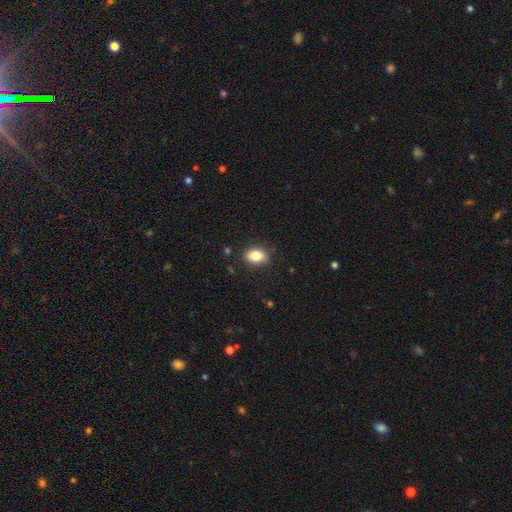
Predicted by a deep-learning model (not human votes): Smooth or featured: smooth — 84% (star or artifact — 9%)
How rounded: in between — 74% (round — 25%)
Merging: none — 83% (minor disturbance — 13%)